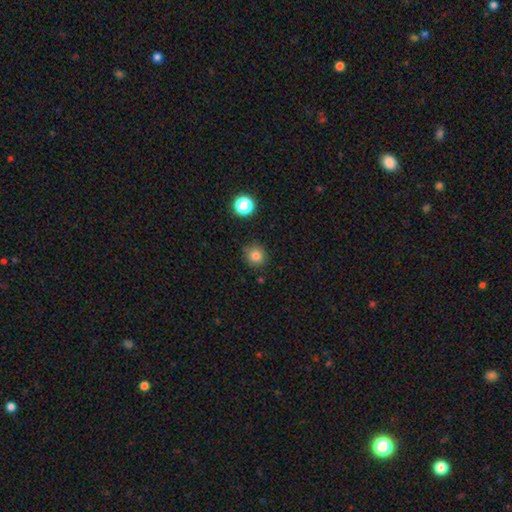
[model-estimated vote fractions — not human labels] Smooth or featured? smooth (80%)
How rounded? round (91%)
Merging? none (83%)